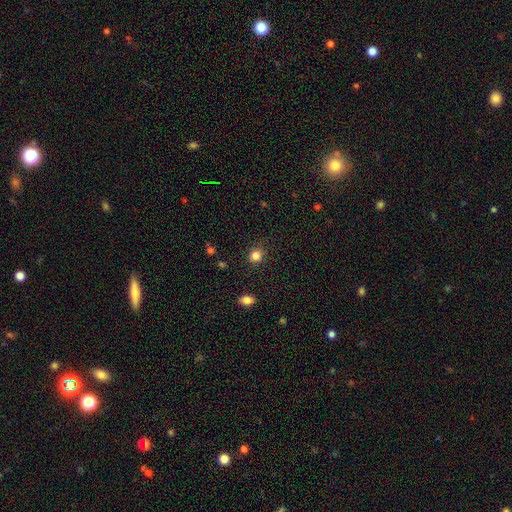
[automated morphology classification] Smooth or featured?
  - smooth: 84% *
  - star or artifact: 12%
  - featured or disk: 4%
How rounded?
  - round: 83% *
  - in between: 16%
  - cigar-shaped: 1%
Merging?
  - none: 87% *
  - minor disturbance: 9%
  - major disturbance: 3%
  - merger: 1%